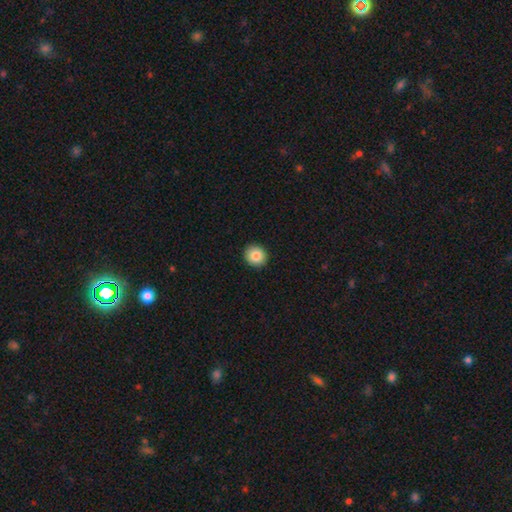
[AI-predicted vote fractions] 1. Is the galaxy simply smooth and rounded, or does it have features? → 86% smooth, 8% star or artifact, 6% featured or disk.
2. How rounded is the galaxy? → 81% round, 18% in between, 1% cigar-shaped.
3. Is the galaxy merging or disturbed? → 92% none, 6% minor disturbance, 1% major disturbance, 1% merger.